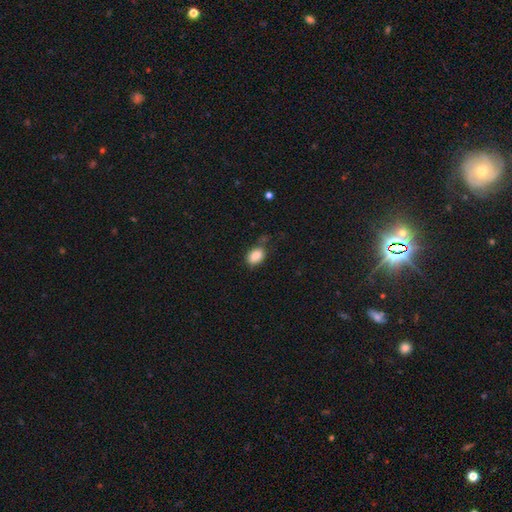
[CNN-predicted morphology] This is clearly a smooth galaxy (85%). How rounded: likely in between (78%). Merging: likely none (61%).